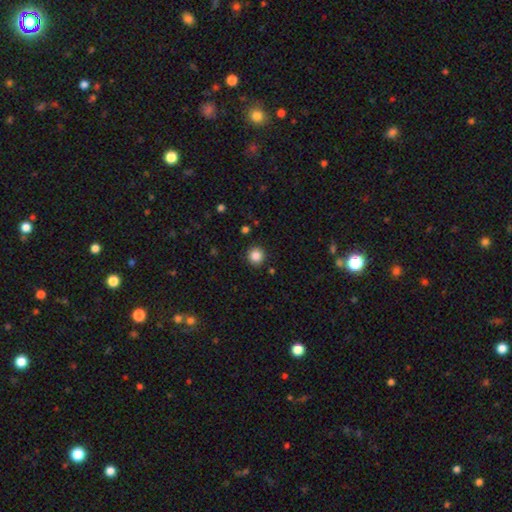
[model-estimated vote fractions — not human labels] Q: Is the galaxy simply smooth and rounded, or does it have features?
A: smooth — 85%.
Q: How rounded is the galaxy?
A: round — 94%.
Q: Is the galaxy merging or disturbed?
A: none — 92%.